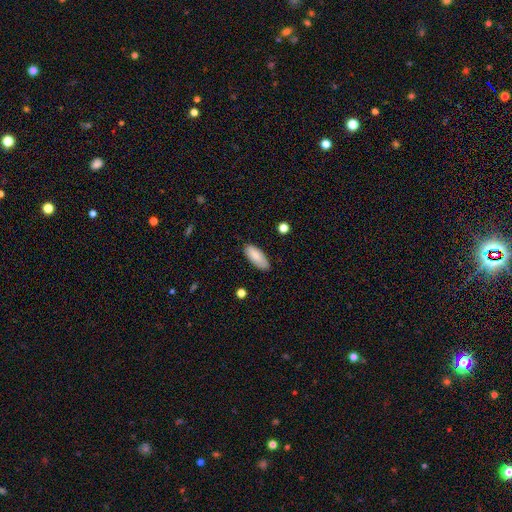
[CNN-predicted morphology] type=smooth (84%); roundness=in between (87%); merging=none (80%).